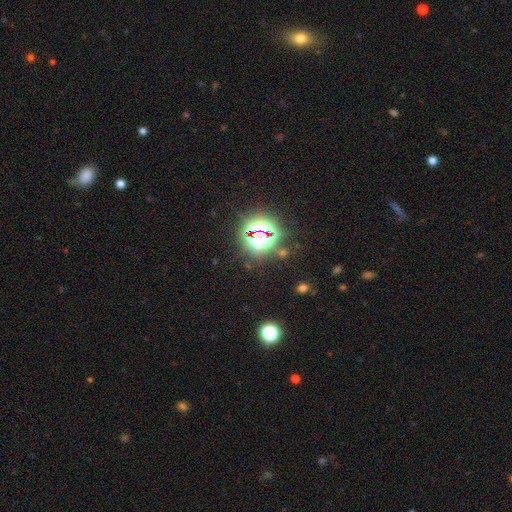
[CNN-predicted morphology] This is clearly a star or artifact rather than a galaxy (80%).